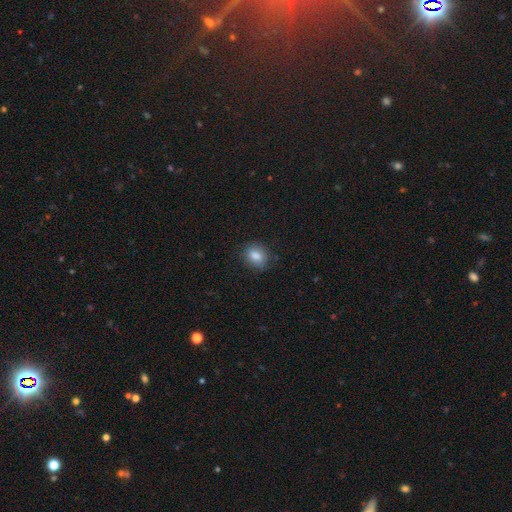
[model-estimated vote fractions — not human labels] Q: Smooth or featured?
A: smooth (84%); runner-up: star or artifact (9%)
Q: How rounded?
A: round (51%); runner-up: in between (48%)
Q: Merging?
A: none (81%); runner-up: minor disturbance (14%)